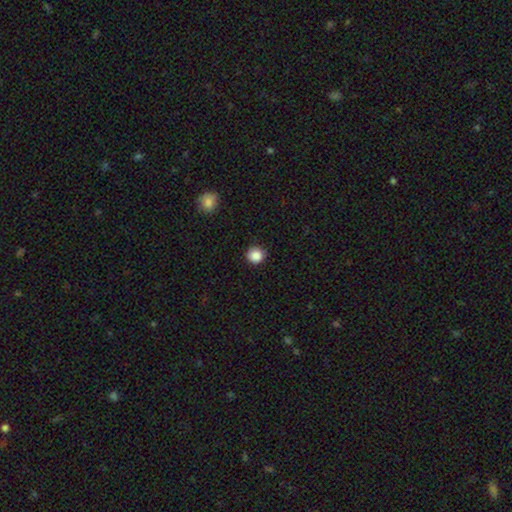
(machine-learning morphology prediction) smooth-or-featured: smooth: 87% | star or artifact: 10% | featured or disk: 3%
  how-rounded: round: 92% | in between: 7% | cigar-shaped: 1%
  merging: none: 87% | minor disturbance: 9% | major disturbance: 2% | merger: 1%